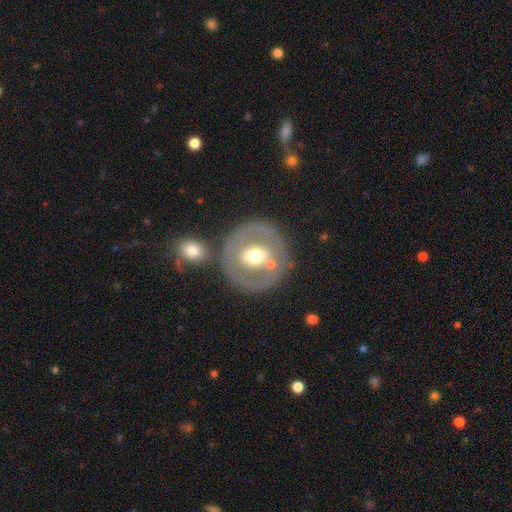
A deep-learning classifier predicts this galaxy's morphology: smooth-or-featured: featured or disk: 58% | smooth: 35% | star or artifact: 7%
  disk-edge-on: no: 94% | yes: 6%
    bar: no: 59% | weak: 26% | strong: 15%
    has-spiral-arms: no: 84% | yes: 16%
    bulge-size: moderate: 71% | large: 15% | small: 10% | dominant: 2% | none: 1%
  merging: none: 72% | minor disturbance: 12% | merger: 11% | major disturbance: 6%